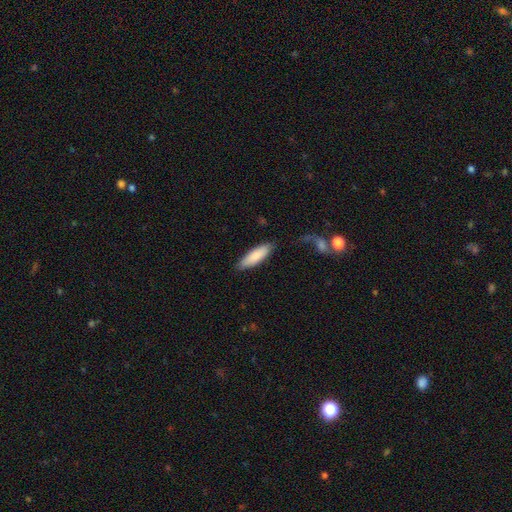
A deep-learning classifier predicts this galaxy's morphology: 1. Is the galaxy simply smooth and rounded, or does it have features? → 84% smooth, 11% featured or disk, 5% star or artifact.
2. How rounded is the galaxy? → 53% cigar-shaped, 46% in between, 1% round.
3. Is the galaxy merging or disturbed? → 81% none, 14% minor disturbance, 3% major disturbance, 2% merger.